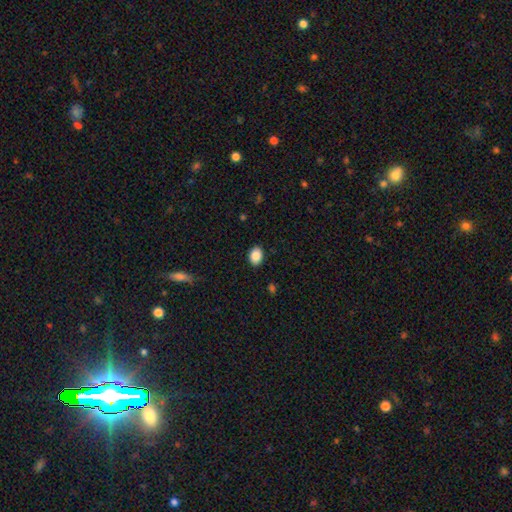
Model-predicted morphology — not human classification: This is clearly a smooth galaxy (88%). How rounded: likely in between (74%). Merging: clearly none (89%).